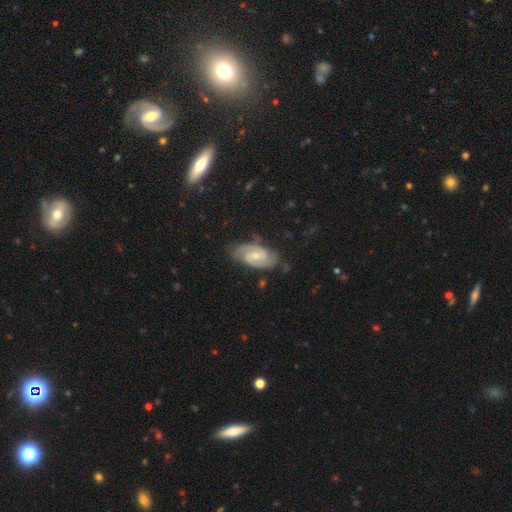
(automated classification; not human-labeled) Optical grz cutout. It shows a featured or disk galaxy (80%) with a weak bar (48%), 2 (81%) tight (45%) spiral arms (95%) and a small central bulge (54%). Merging: none (72%).